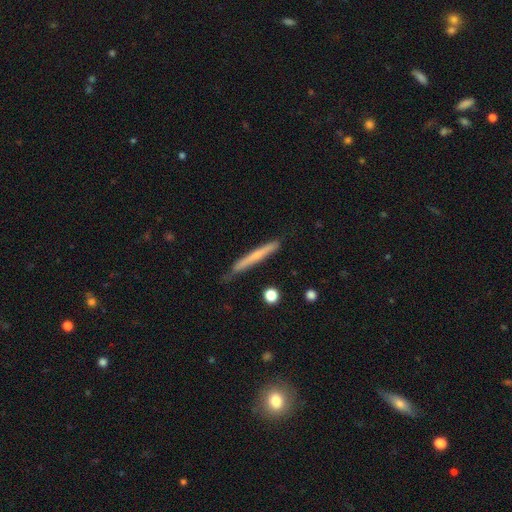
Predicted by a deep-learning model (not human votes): A smooth galaxy with no disk features (51%) that is cigar-shaped (96%). Merging: none (75%).